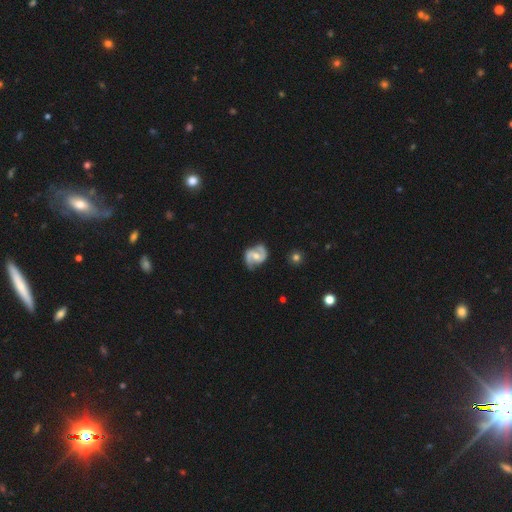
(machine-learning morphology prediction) Q: Smooth or featured?
A: featured or disk (88%); runner-up: smooth (8%)
Q: Edge-on disk?
A: no (98%); runner-up: yes (2%)
Q: Bar?
A: weak (45%); runner-up: no (37%)
Q: Spiral arms?
A: yes (96%); runner-up: no (4%)
Q: Spiral winding?
A: medium (53%); runner-up: loose (27%)
Q: Spiral arm count?
A: 2 (93%); runner-up: can't tell (3%)
Q: Bulge size?
A: moderate (63%); runner-up: small (29%)
Q: Merging?
A: none (77%); runner-up: minor disturbance (17%)